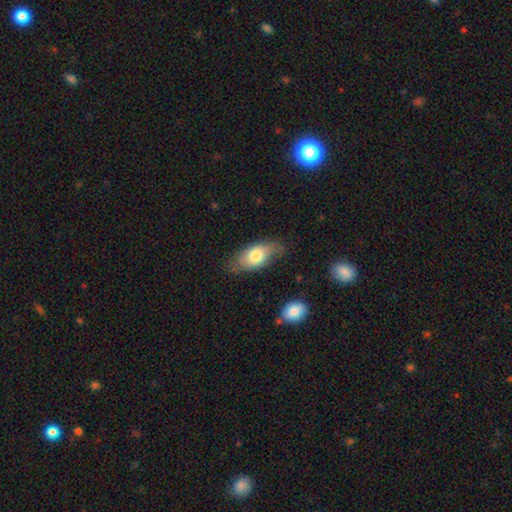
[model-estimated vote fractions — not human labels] smooth_or_featured: smooth (p=0.73) [alt: featured or disk p=0.21]
how_rounded: in between (p=0.89) [alt: cigar-shaped p=0.06]
merging: none (p=0.67) [alt: minor disturbance p=0.24]